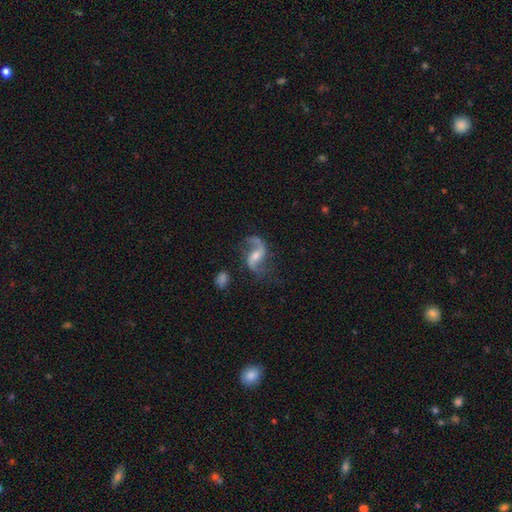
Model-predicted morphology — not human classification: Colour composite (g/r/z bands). It shows a featured or disk galaxy (89%) with a weak bar (44%), 2 (92%) loose (75%) spiral arms (96%) and a moderate central bulge (46%). Merging: none (71%).